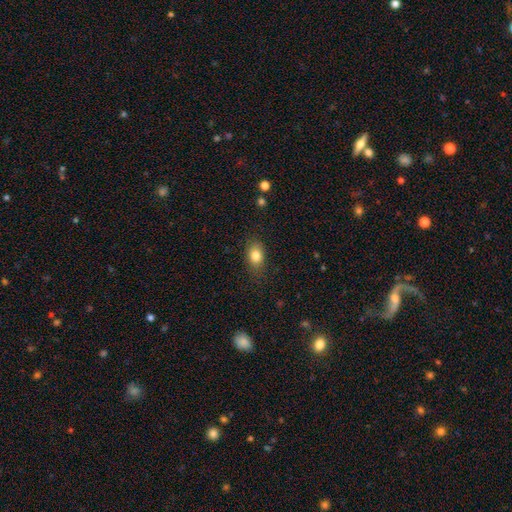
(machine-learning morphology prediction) smooth-or-featured: smooth: 82% | star or artifact: 9% | featured or disk: 8%
  how-rounded: in between: 76% | round: 22% | cigar-shaped: 2%
  merging: none: 81% | minor disturbance: 14% | major disturbance: 4% | merger: 1%